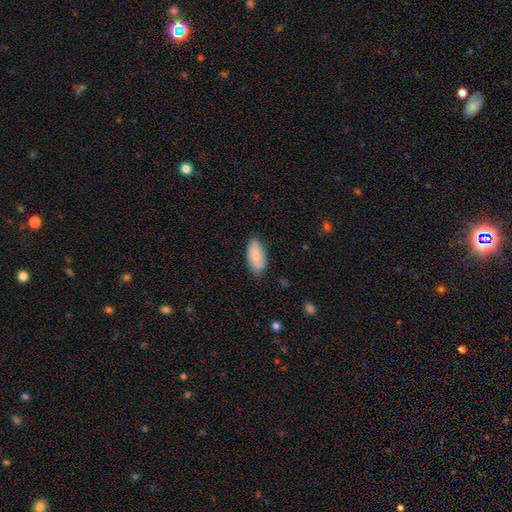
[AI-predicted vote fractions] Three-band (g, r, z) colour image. It shows a smooth galaxy with no disk features (83%) that is in between round and cigar-shaped (90%). Merging: none (80%).